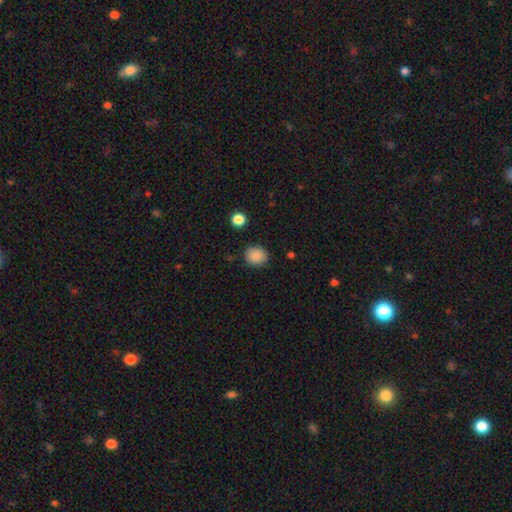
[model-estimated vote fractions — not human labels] smooth_or_featured: smooth (p=0.87) [alt: star or artifact p=0.10]
how_rounded: round (p=0.75) [alt: in between p=0.24]
merging: none (p=0.86) [alt: minor disturbance p=0.09]